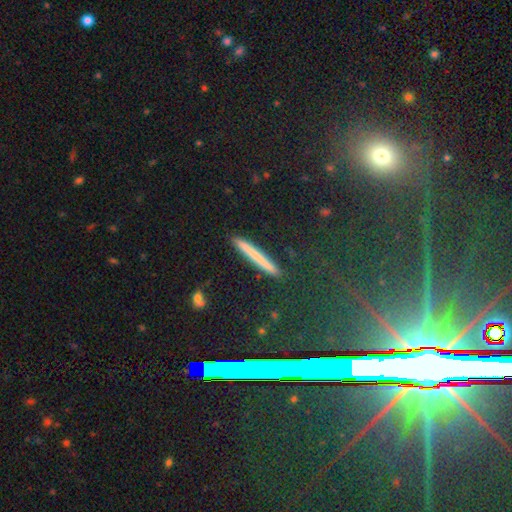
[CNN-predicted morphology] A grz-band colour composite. It shows a smooth galaxy with no disk features (65%) that is cigar-shaped (95%). Merging: none (89%).